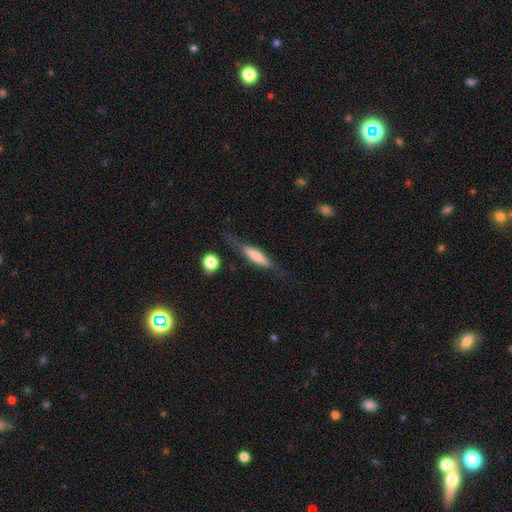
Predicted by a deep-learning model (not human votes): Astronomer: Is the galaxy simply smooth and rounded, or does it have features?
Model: smooth — 58% (runner-up: featured or disk, 35%).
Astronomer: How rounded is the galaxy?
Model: cigar-shaped — 76%.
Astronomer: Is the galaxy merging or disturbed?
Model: none — 68%.